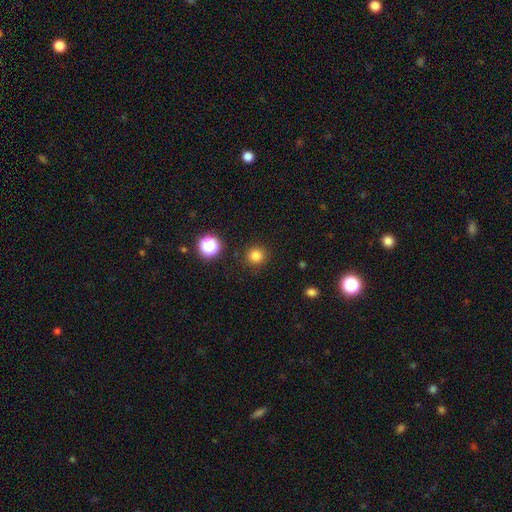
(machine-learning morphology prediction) Overall: smooth (81%). How rounded: round (94%). Merging: none (90%).